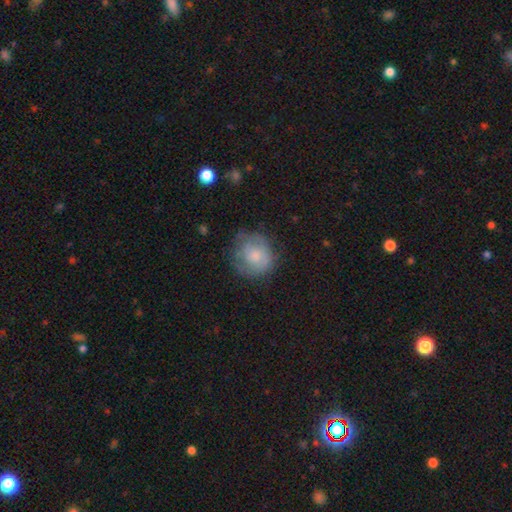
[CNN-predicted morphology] This is likely a smooth galaxy (63%). How rounded: clearly round (82%). Merging: likely none (61%).